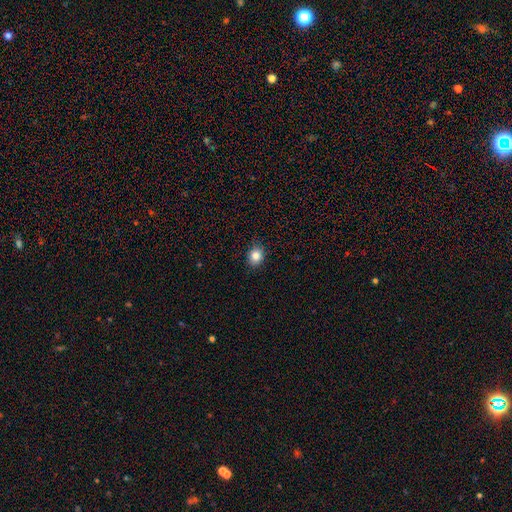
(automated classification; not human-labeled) This appears to be a smooth galaxy with no disk features (83%) that is round (63%). Merging: none (86%).